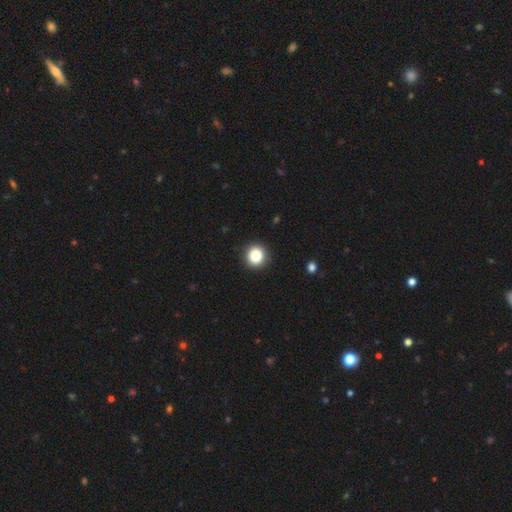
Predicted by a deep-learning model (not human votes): Smooth or featured? Predicted: smooth (p=0.86). How rounded? Predicted: round (p=0.93). Merging? Predicted: none (p=0.91).